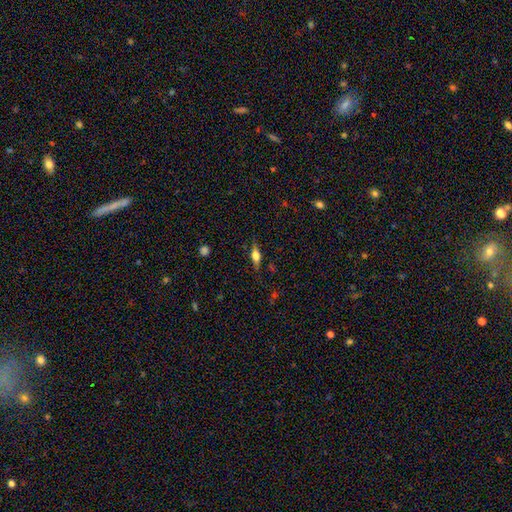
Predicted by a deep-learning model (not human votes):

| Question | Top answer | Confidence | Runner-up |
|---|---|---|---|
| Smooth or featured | smooth | 46% | tied: featured or disk (46%) |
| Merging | none | 82% | minor disturbance (13%) |